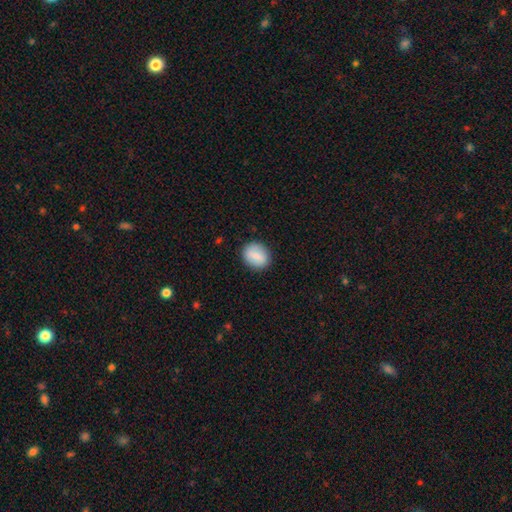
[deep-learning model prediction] Smooth or featured? Predicted: smooth (p=0.82). How rounded? Predicted: round (p=0.61). Merging? Predicted: none (p=0.86).